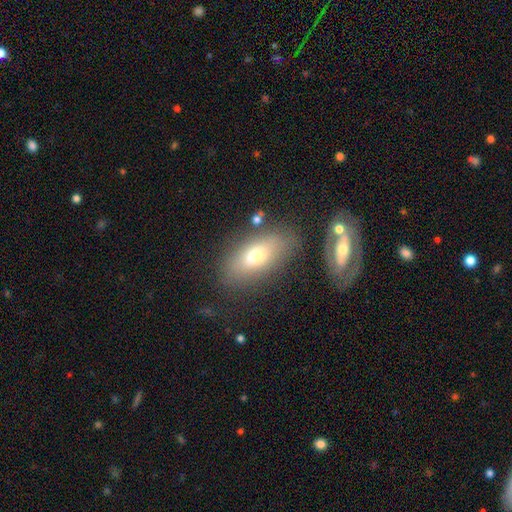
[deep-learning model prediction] This appears to be a smooth galaxy with no disk features (68%) that is in between round and cigar-shaped (86%). Merging: none (72%).